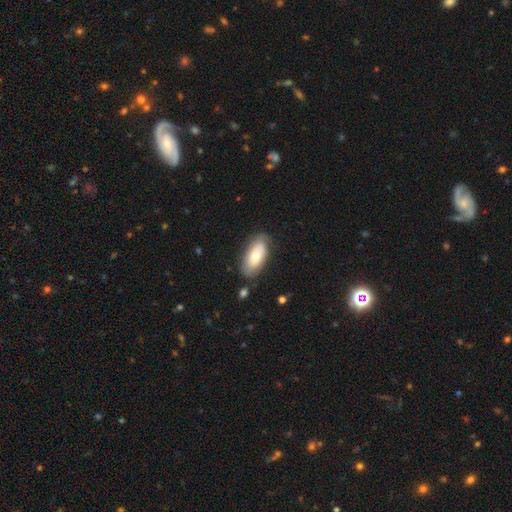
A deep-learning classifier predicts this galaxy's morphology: smooth_or_featured: smooth (p=0.64) [alt: featured or disk p=0.30]
how_rounded: in between (p=0.91) [alt: cigar-shaped p=0.06]
merging: none (p=0.78) [alt: minor disturbance p=0.15]